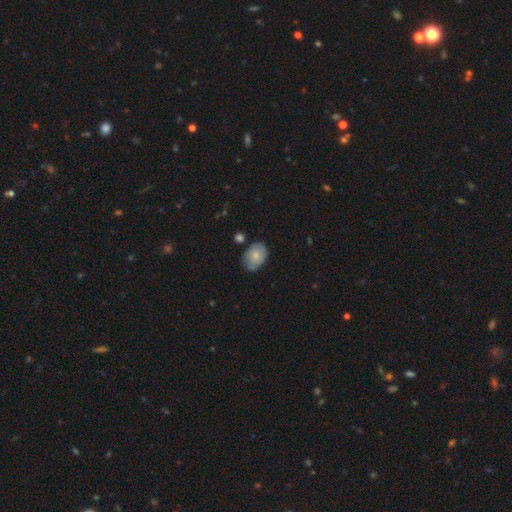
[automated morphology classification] Smooth or featured? smooth (76%)
How rounded? in between (75%)
Merging? none (66%)